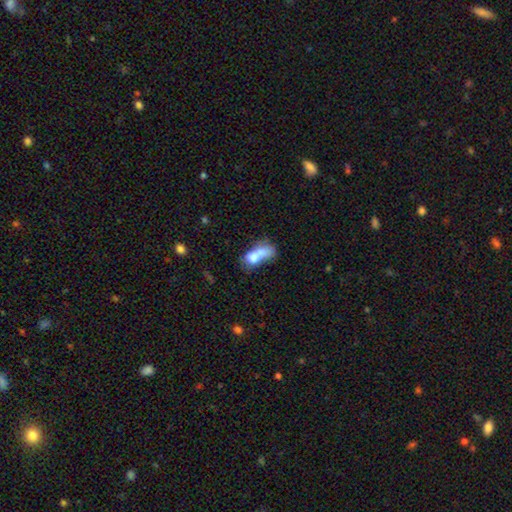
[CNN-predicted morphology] type=smooth (67%); roundness=in between (77%); merging=merger (50%).